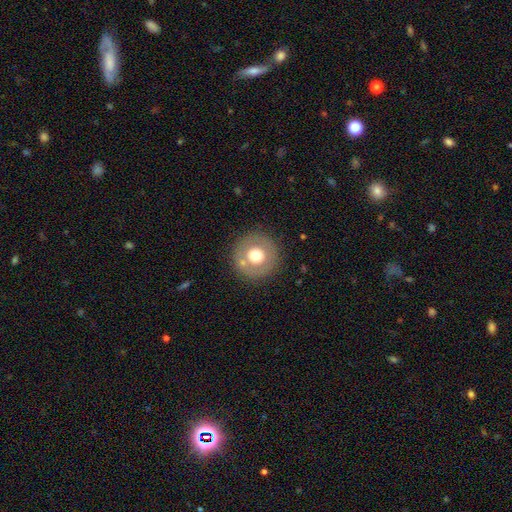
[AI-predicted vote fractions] Smooth or featured? smooth (62%)
How rounded? round (96%)
Merging? none (85%)